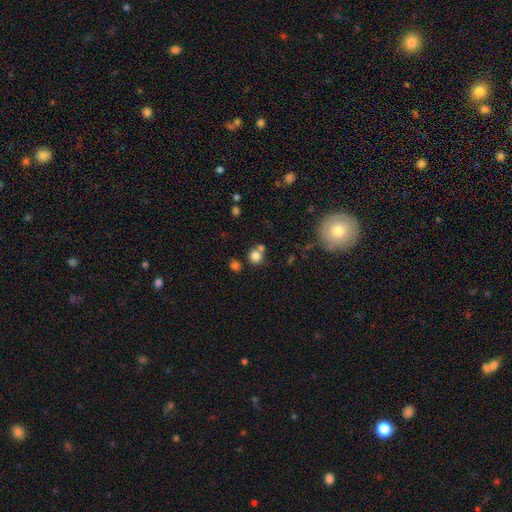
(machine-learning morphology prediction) Overall: smooth (80%). How rounded: round (88%). Merging: none (58%; merger 29%).